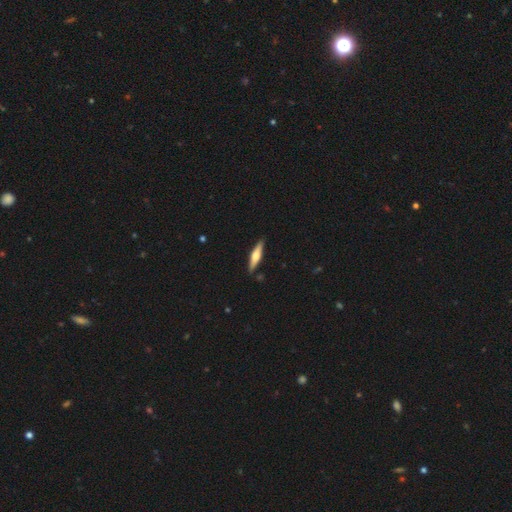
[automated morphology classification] type=featured or disk (53%); edge-on=yes (96%); edge-on bulge=rounded (83%); merging=none (89%).